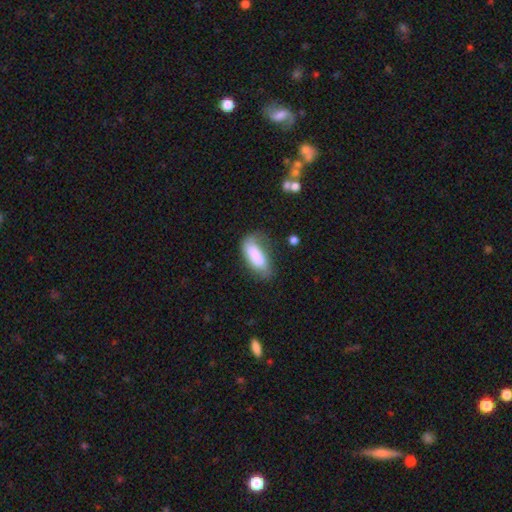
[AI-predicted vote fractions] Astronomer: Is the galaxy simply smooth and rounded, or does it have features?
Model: smooth — 73%.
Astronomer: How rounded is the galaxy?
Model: in between — 71%.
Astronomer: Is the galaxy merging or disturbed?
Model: none — 42% (runner-up: minor disturbance, 29%).